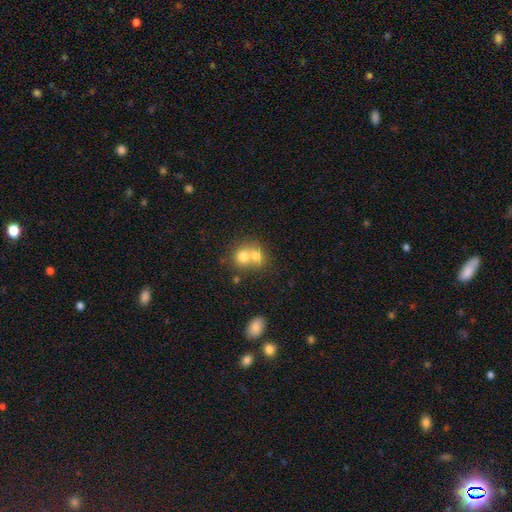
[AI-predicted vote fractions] Smooth or featured?
  - smooth: 73% *
  - featured or disk: 17%
  - star or artifact: 10%
How rounded?
  - round: 68% *
  - in between: 31%
  - cigar-shaped: 1%
Merging?
  - merger: 68% *
  - none: 25%
  - minor disturbance: 5%
  - major disturbance: 3%